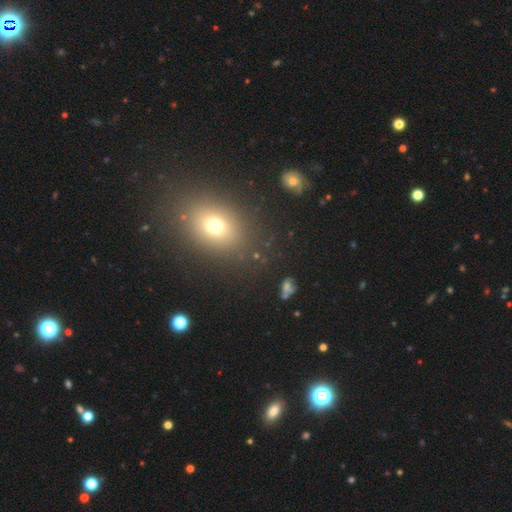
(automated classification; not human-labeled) Smooth or featured: smooth — 58% (star or artifact — 28%)
How rounded: in between — 49% (round — 48%)
Merging: none — 81% (minor disturbance — 10%)